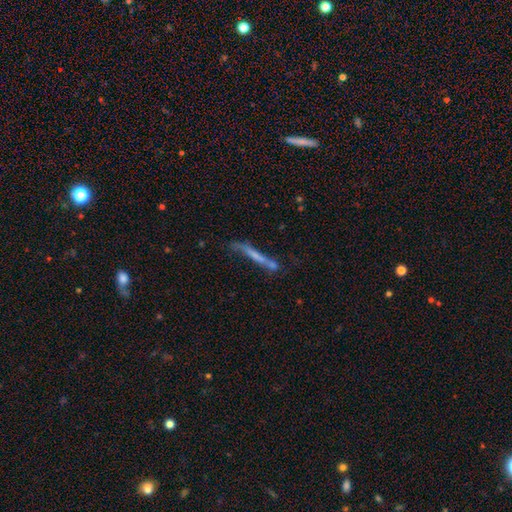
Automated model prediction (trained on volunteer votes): This appears to be a smooth galaxy with no disk features (47%). Merging: none (49%).